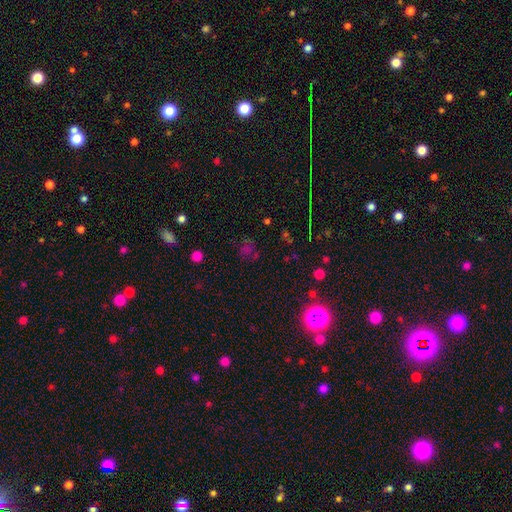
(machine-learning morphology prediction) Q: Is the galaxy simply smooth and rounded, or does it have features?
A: smooth — 46%.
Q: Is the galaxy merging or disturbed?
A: none — 64%.